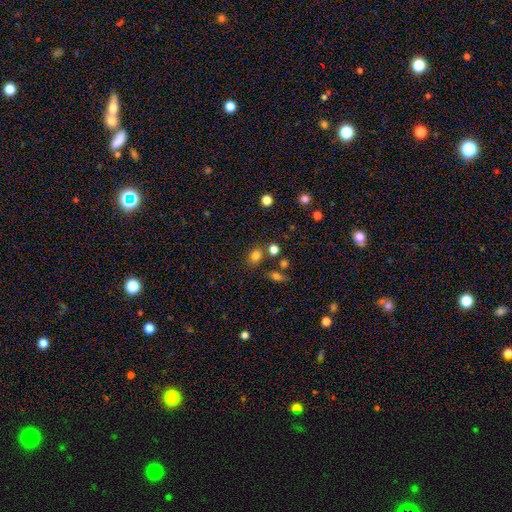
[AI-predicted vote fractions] Smooth or featured? smooth (79%)
How rounded? in between (52%)
Merging? none (69%)